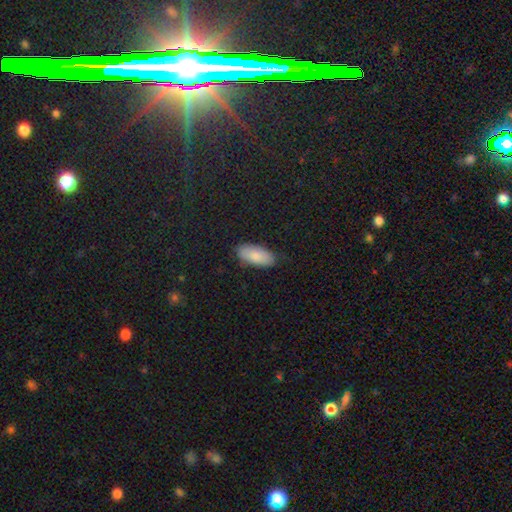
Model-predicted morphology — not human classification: This is clearly a smooth galaxy (85%). How rounded: clearly in between (89%). Merging: clearly none (81%).